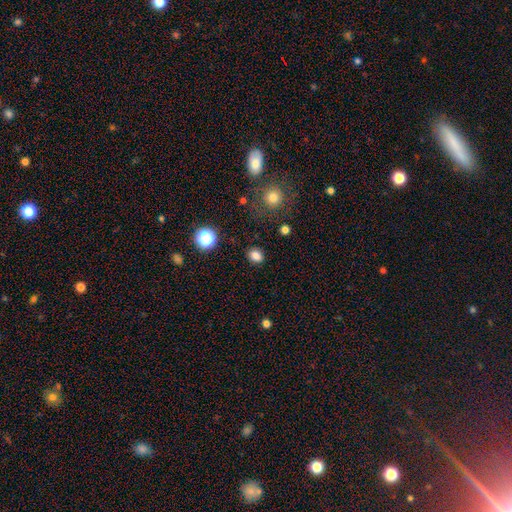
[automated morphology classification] Overall: smooth (82%). How rounded: round (54%; in between 45%). Merging: none (87%).